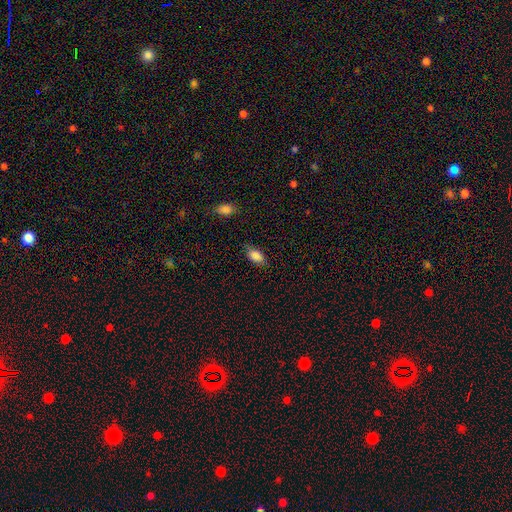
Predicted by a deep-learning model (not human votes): A smooth galaxy with no disk features (86%) that is in between round and cigar-shaped (90%). Merging: none (78%).